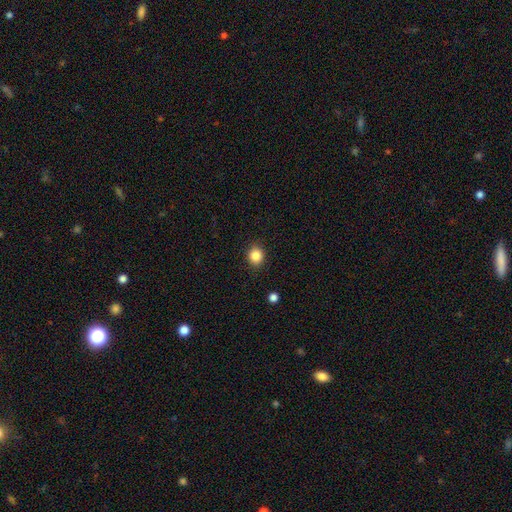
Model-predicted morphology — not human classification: Smooth or featured? smooth (85%)
How rounded? round (70%)
Merging? none (89%)